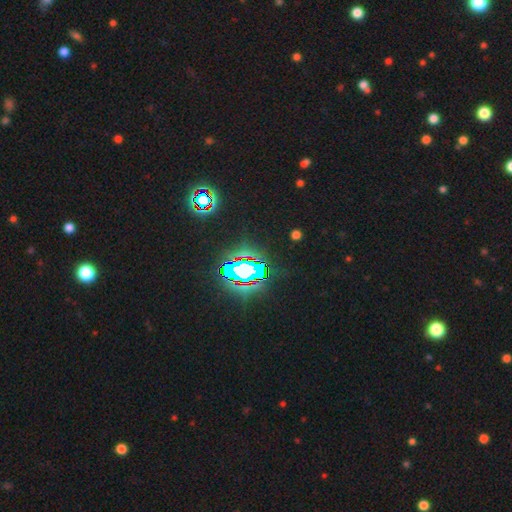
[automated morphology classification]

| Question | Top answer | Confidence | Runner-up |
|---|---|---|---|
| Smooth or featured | star or artifact | 82% | smooth (10%) |